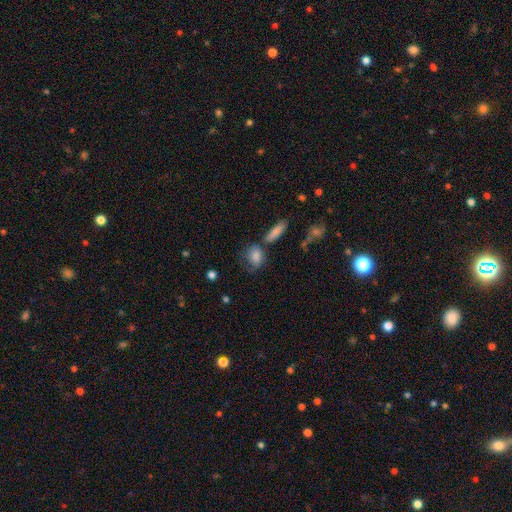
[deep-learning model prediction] Smooth or featured?
  - smooth: 77% *
  - featured or disk: 14%
  - star or artifact: 8%
How rounded?
  - in between: 68% *
  - round: 27%
  - cigar-shaped: 5%
Merging?
  - none: 48% *
  - minor disturbance: 26%
  - merger: 14%
  - major disturbance: 12%